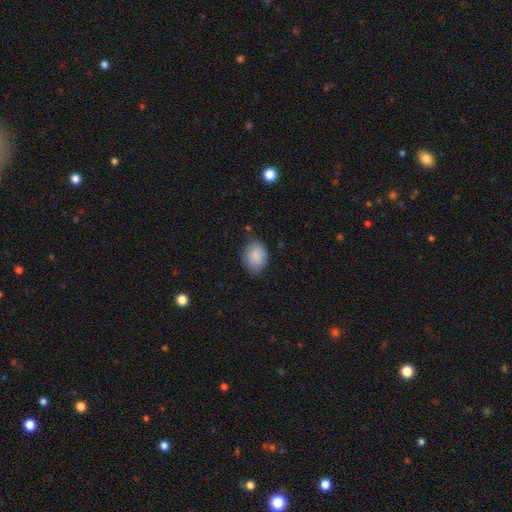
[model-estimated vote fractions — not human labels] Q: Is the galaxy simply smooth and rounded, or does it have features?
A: smooth — 85%.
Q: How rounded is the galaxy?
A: in between — 67%.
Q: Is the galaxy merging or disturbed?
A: none — 75%.